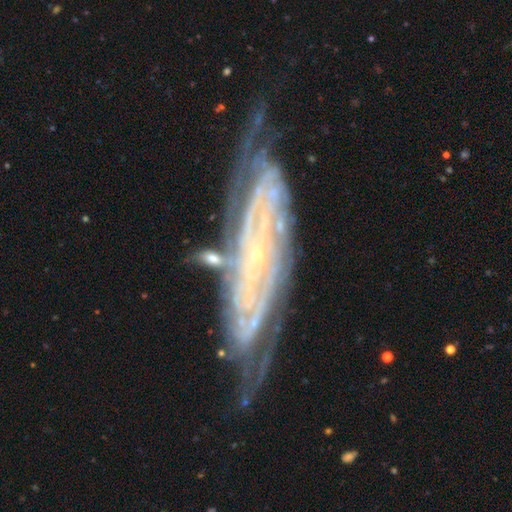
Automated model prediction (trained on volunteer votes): Smooth or featured?
  - featured or disk: 87% *
  - star or artifact: 7%
  - smooth: 6%
Edge-on disk?
  - no: 83% *
  - yes: 17%
Bar?
  - no: 55% *
  - weak: 27%
  - strong: 19%
Spiral arms?
  - yes: 96% *
  - no: 4%
Spiral winding?
  - tight: 74% *
  - medium: 21%
  - loose: 5%
Spiral arm count?
  - can't tell: 33% *
  - 2: 25%
  - 3: 13%
  - 4: 13%
  - more than 4: 10%
  - 1: 7%
Bulge size?
  - small: 88% *
  - moderate: 5%
  - none: 4%
  - large: 1%
  - dominant: 1%
Merging?
  - none: 71% *
  - minor disturbance: 19%
  - major disturbance: 7%
  - merger: 3%